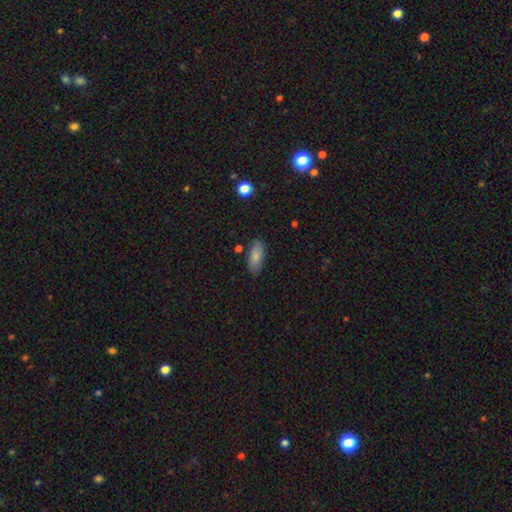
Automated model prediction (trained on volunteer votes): smooth-or-featured: smooth: 82% | featured or disk: 11% | star or artifact: 7%
  how-rounded: in between: 85% | cigar-shaped: 13% | round: 2%
  merging: none: 79% | minor disturbance: 15% | major disturbance: 3% | merger: 3%